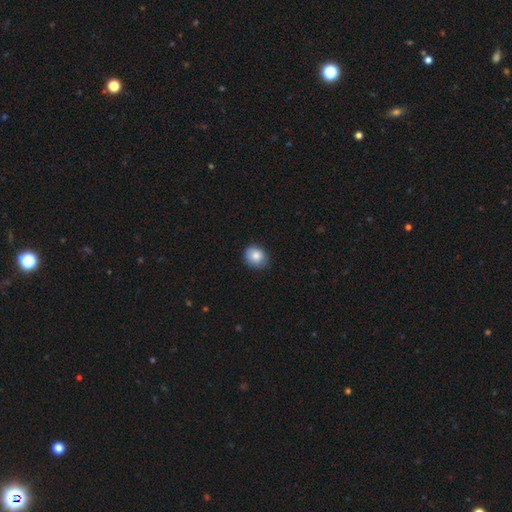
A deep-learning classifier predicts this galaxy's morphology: Smooth or featured?
  - smooth: 83% *
  - featured or disk: 9%
  - star or artifact: 8%
How rounded?
  - round: 68% *
  - in between: 31%
  - cigar-shaped: 1%
Merging?
  - none: 79% *
  - minor disturbance: 18%
  - major disturbance: 3%
  - merger: 1%